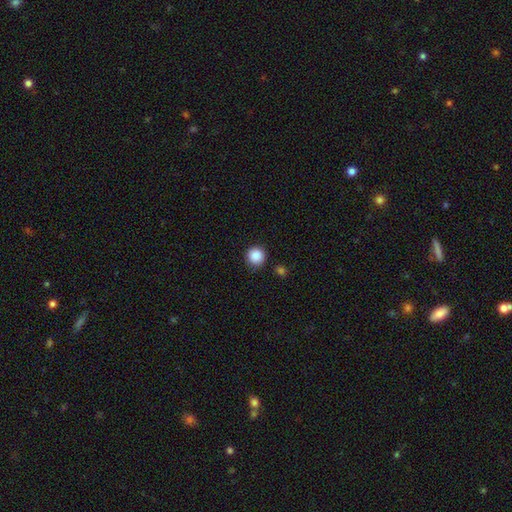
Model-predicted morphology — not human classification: Smooth or featured: smooth — 88% (star or artifact — 9%)
How rounded: round — 94% (in between — 5%)
Merging: none — 87% (minor disturbance — 9%)